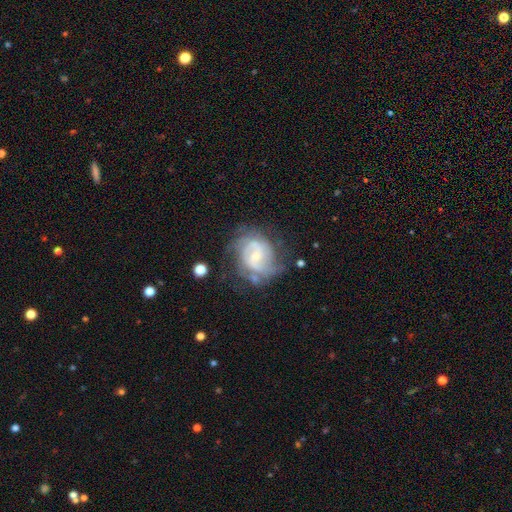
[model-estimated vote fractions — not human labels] smooth_or_featured: featured or disk (p=0.82) [alt: smooth p=0.12]
disk_edge_on: no (p=0.98) [alt: yes p=0.02]
bar: weak (p=0.50) [alt: no p=0.38]
has_spiral_arms: yes (p=0.93) [alt: no p=0.07]
spiral_winding: medium (p=0.43) [tied with: tight p=0.43]
spiral_arm_count: 2 (p=0.52) [alt: can't tell p=0.24]
bulge_size: small (p=0.62) [alt: moderate p=0.31]
merging: none (p=0.60) [alt: minor disturbance p=0.22]